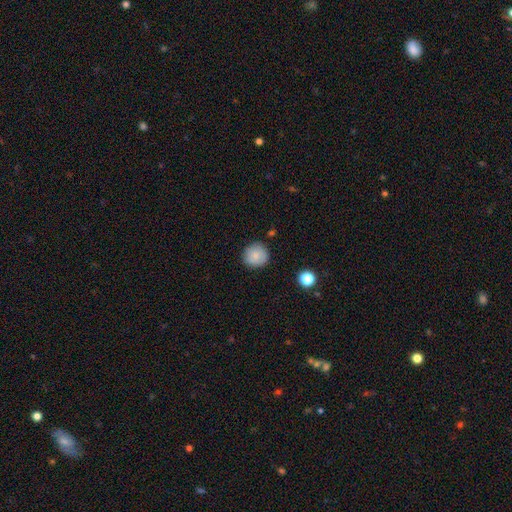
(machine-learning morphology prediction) smooth-or-featured: smooth: 82% | featured or disk: 10% | star or artifact: 8%
  how-rounded: round: 93% | in between: 6% | cigar-shaped: 1%
  merging: none: 84% | minor disturbance: 12% | major disturbance: 3% | merger: 2%